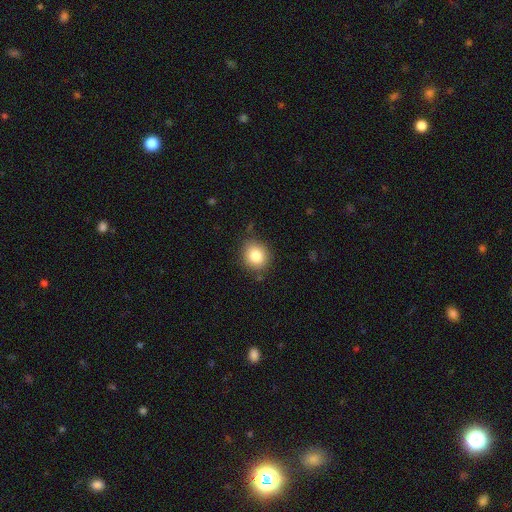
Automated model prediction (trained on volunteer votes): Smooth or featured?
  - smooth: 82% *
  - star or artifact: 10%
  - featured or disk: 8%
How rounded?
  - round: 78% *
  - in between: 21%
  - cigar-shaped: 1%
Merging?
  - none: 83% *
  - minor disturbance: 12%
  - major disturbance: 3%
  - merger: 2%